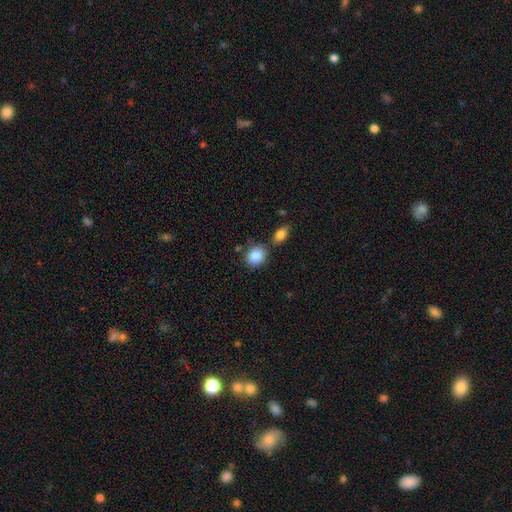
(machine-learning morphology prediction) This appears to be a smooth galaxy with no disk features (86%) that is round (65%). Merging: none (69%).